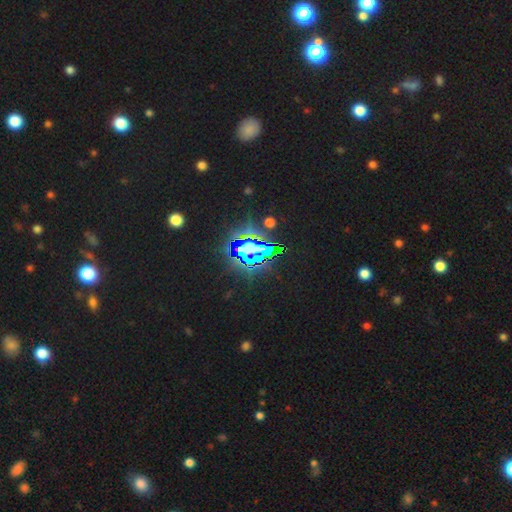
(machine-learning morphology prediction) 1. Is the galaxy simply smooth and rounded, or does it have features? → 70% star or artifact, 16% smooth, 14% featured or disk.